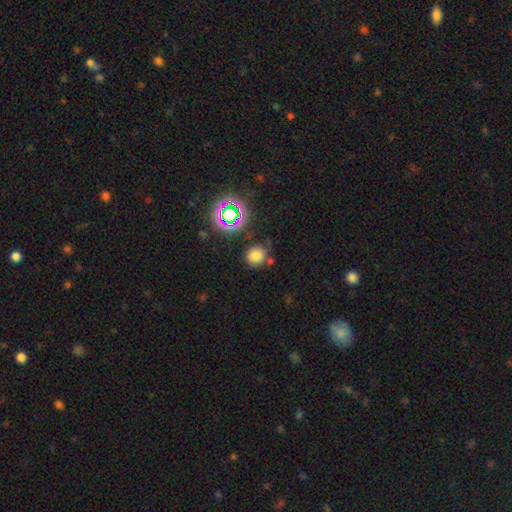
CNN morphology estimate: Smooth or featured?
  - smooth: 73% *
  - star or artifact: 21%
  - featured or disk: 7%
How rounded?
  - round: 80% *
  - in between: 19%
  - cigar-shaped: 1%
Merging?
  - none: 75% *
  - minor disturbance: 15%
  - merger: 6%
  - major disturbance: 5%